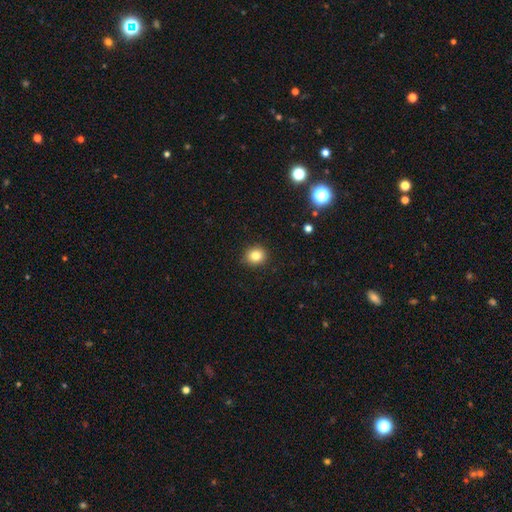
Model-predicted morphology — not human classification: Smooth or featured? smooth (83%)
How rounded? round (84%)
Merging? none (90%)